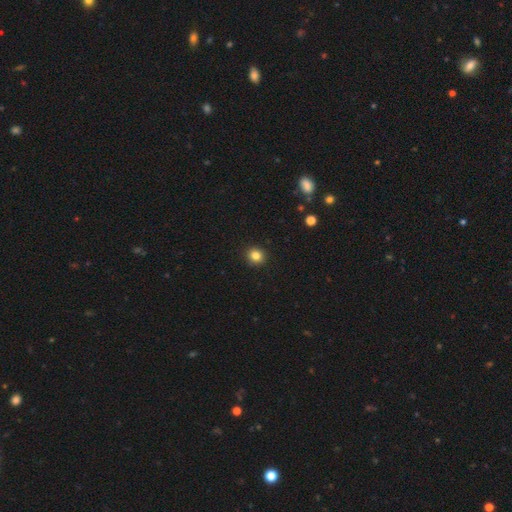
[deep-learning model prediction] smooth-or-featured: smooth: 84% | star or artifact: 11% | featured or disk: 5%
  how-rounded: round: 86% | in between: 13% | cigar-shaped: 1%
  merging: none: 92% | minor disturbance: 5% | major disturbance: 2% | merger: 1%